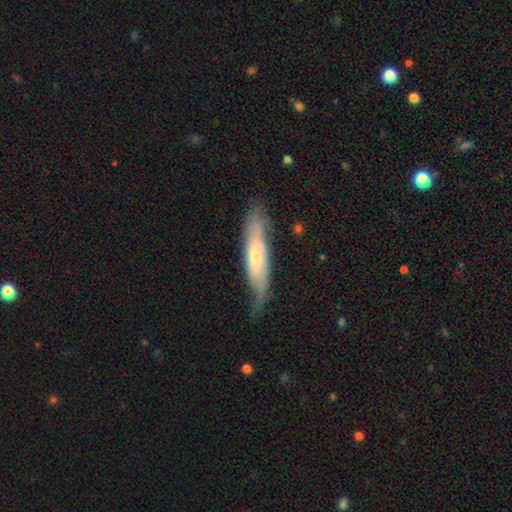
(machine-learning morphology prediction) Smooth or featured? Predicted: featured or disk (p=0.58). Edge-on disk? Predicted: no (p=0.51). Merging? Predicted: none (p=0.59).